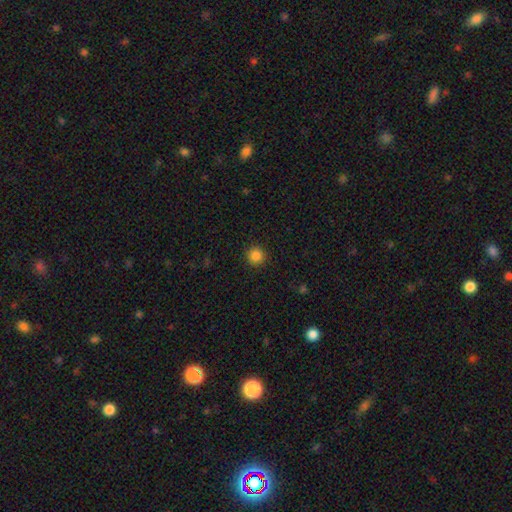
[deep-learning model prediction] Overall: smooth (86%). How rounded: round (95%). Merging: none (92%).